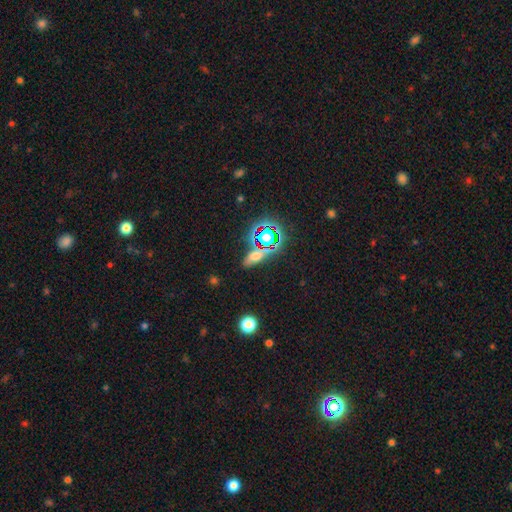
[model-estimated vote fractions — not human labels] This appears to be a smooth galaxy with no disk features (49%). Merging: none (70%).